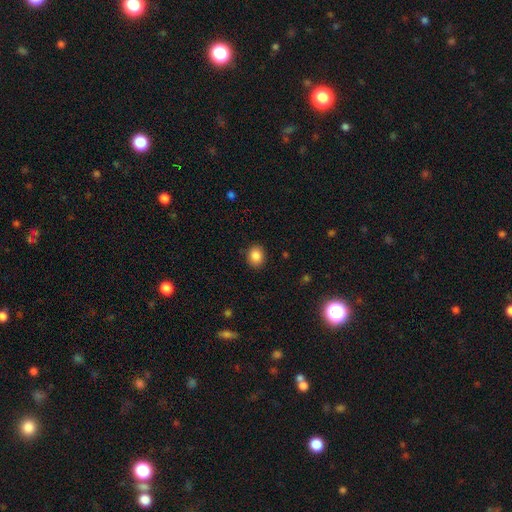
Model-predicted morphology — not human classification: type=smooth (87%); roundness=round (59%); merging=none (88%).